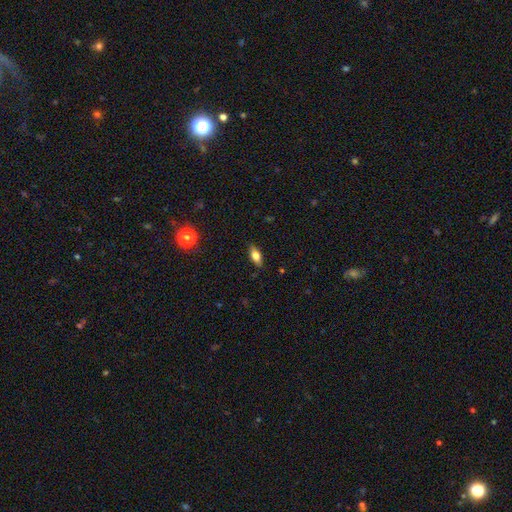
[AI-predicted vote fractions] Smooth or featured? Predicted: smooth (p=0.69). How rounded? Predicted: in between (p=0.78). Merging? Predicted: none (p=0.86).